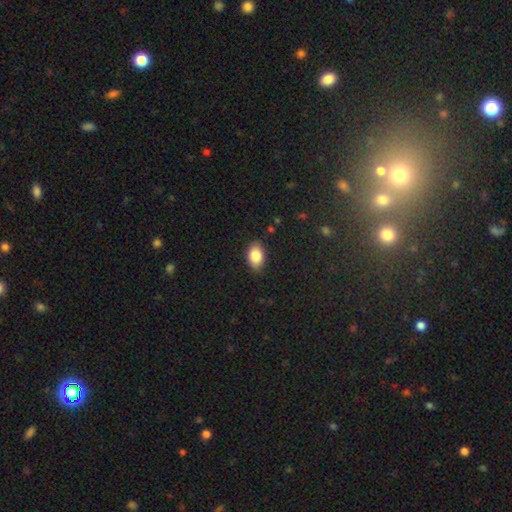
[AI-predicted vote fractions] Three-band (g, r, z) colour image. It shows a smooth galaxy with no disk features (86%) that is in between round and cigar-shaped (88%). Merging: none (85%).